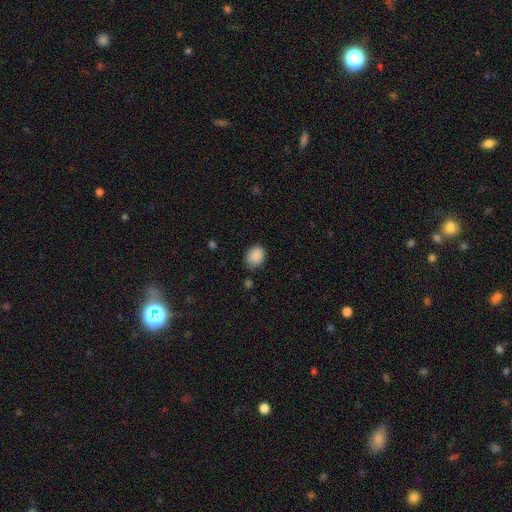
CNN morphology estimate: smooth-or-featured: smooth: 89% | star or artifact: 8% | featured or disk: 3%
  how-rounded: in between: 51% | round: 48% | cigar-shaped: 1%
  merging: none: 78% | minor disturbance: 16% | major disturbance: 3% | merger: 2%